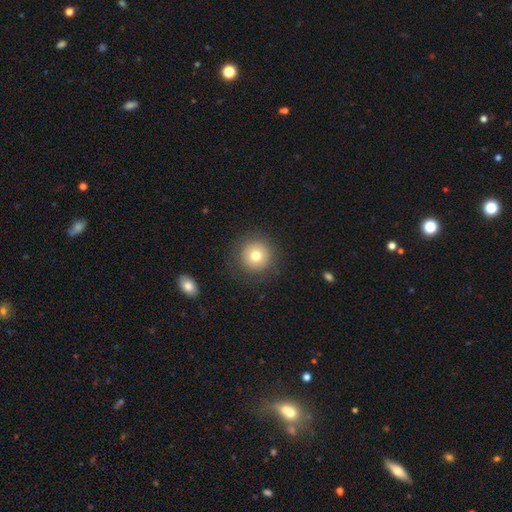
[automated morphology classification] Overall: smooth (75%). How rounded: round (95%). Merging: none (87%).